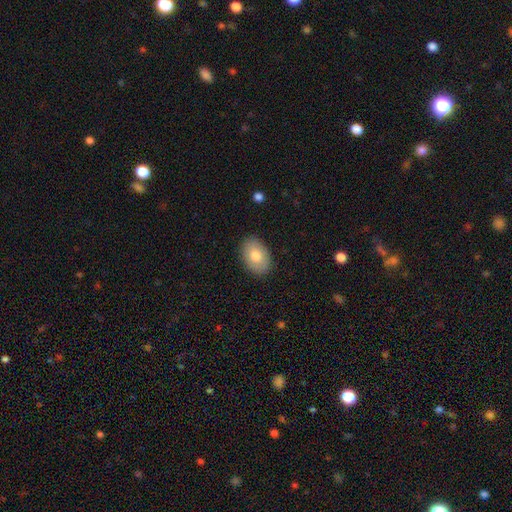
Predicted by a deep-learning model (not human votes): smooth_or_featured: smooth (p=0.77) [alt: featured or disk p=0.16]
how_rounded: in between (p=0.84) [alt: round p=0.15]
merging: none (p=0.87) [alt: minor disturbance p=0.09]